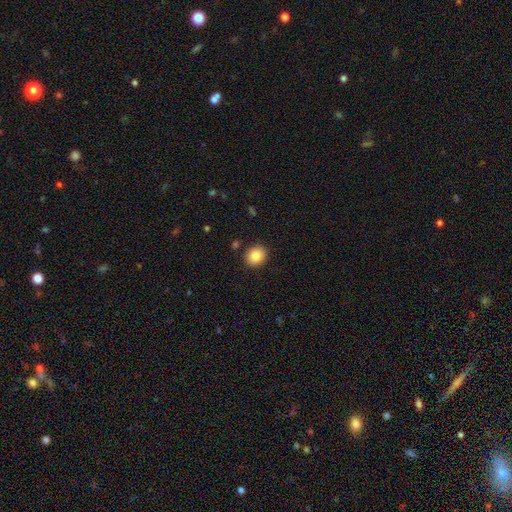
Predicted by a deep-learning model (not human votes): Smooth or featured? Predicted: smooth (p=0.86). How rounded? Predicted: round (p=0.68). Merging? Predicted: none (p=0.89).